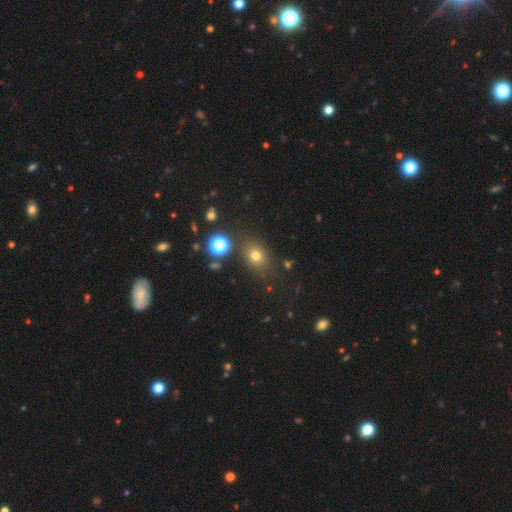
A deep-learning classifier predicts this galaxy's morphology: Q: Smooth or featured?
A: smooth (72%); runner-up: star or artifact (19%)
Q: How rounded?
A: round (56%); runner-up: in between (42%)
Q: Merging?
A: none (80%); runner-up: minor disturbance (11%)